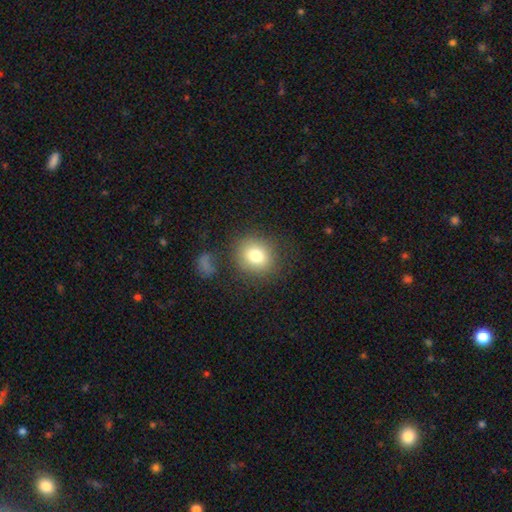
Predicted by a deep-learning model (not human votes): Smooth or featured? Predicted: smooth (p=0.79). How rounded? Predicted: round (p=0.77). Merging? Predicted: none (p=0.80).